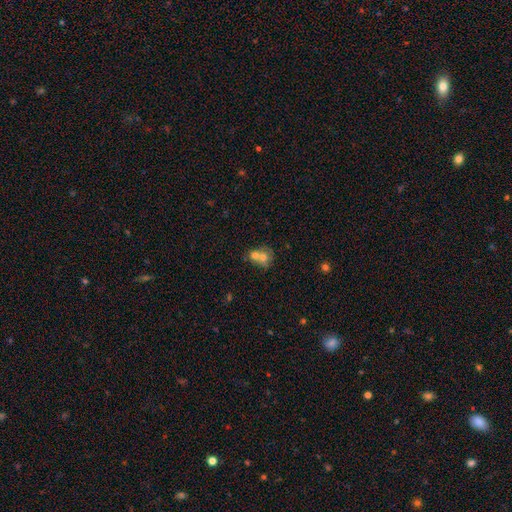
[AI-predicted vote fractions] Smooth or featured? smooth (67%)
How rounded? round (69%)
Merging? merger (66%)